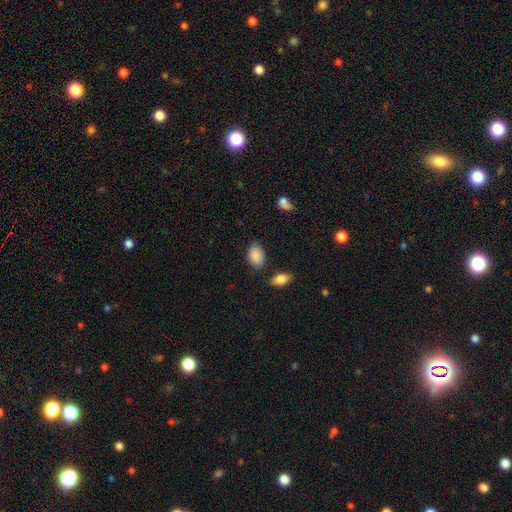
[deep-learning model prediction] Smooth or featured? smooth (89%)
How rounded? in between (89%)
Merging? none (78%)